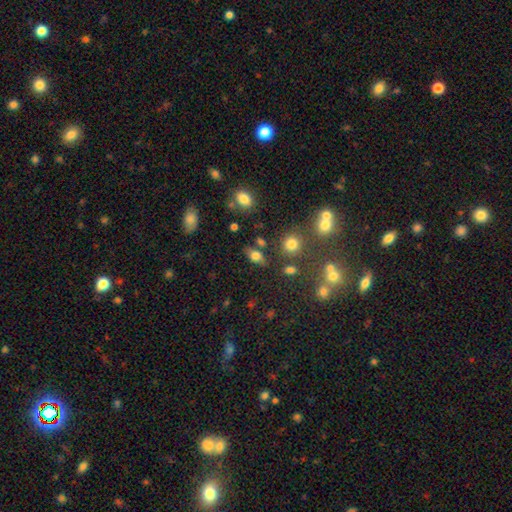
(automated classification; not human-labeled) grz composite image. It shows a smooth galaxy with no disk features (72%) that is in between round and cigar-shaped (81%). Merging: none (73%).